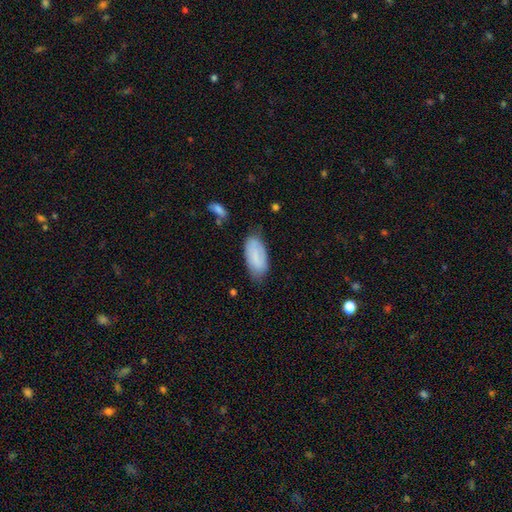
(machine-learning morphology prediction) The model was most divided on "merging": none: 71%, minor disturbance: 22%, major disturbance: 5%, merger: 2%. More confident: how rounded — in between (92%); smooth or featured — smooth (77%).